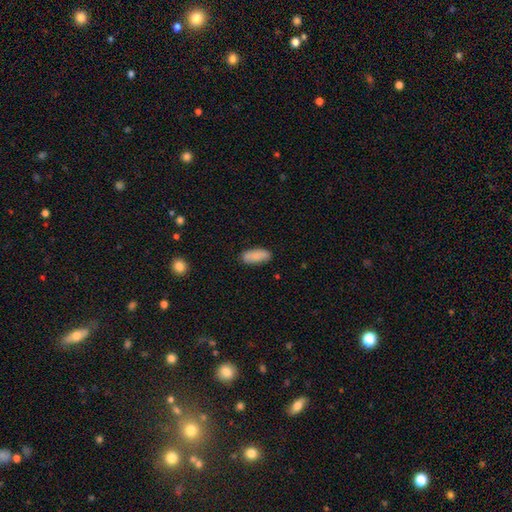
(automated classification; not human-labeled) A smooth galaxy with no disk features (87%) that is in between round and cigar-shaped (81%).

Vote fractions:
- Smooth or featured? smooth: 87% / featured or disk: 7% / star or artifact: 7%
- How rounded? in between: 81% / cigar-shaped: 17% / round: 2%
- Merging? none: 84% / minor disturbance: 12% / major disturbance: 3% / merger: 2%